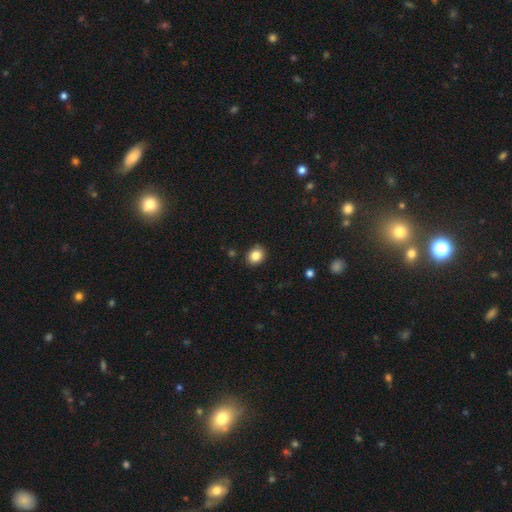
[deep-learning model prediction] Smooth or featured? smooth (84%)
How rounded? round (57%)
Merging? none (88%)